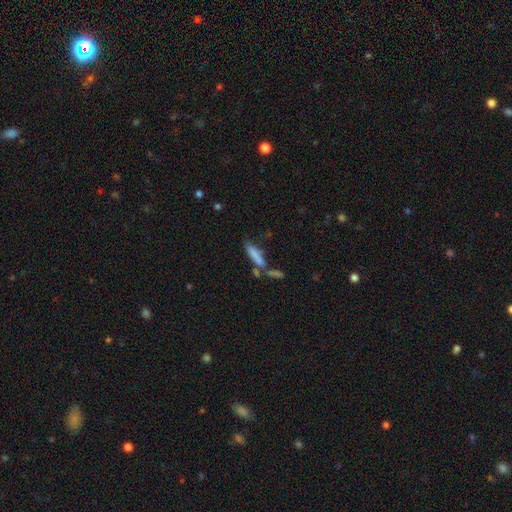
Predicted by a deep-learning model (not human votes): Smooth or featured: smooth — 69% (featured or disk — 21%)
How rounded: cigar-shaped — 76% (in between — 22%)
Merging: none — 43% (merger — 35%)